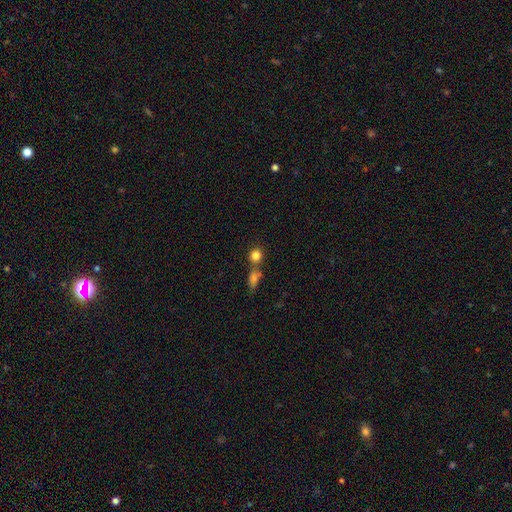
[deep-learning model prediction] This is clearly a smooth galaxy (81%). How rounded: clearly round (80%). Merging: possibly none (55%).